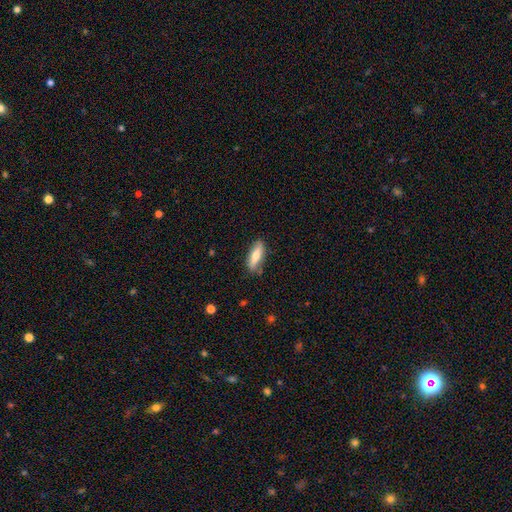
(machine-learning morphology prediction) Smooth or featured? Predicted: smooth (p=0.67). How rounded? Predicted: in between (p=0.53). Merging? Predicted: none (p=0.80).